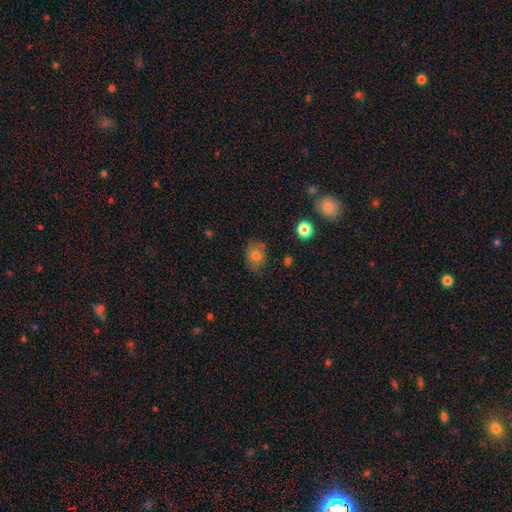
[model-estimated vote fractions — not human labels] Morphology: type=smooth (76%); roundness=in between (62%); merging=none (71%).